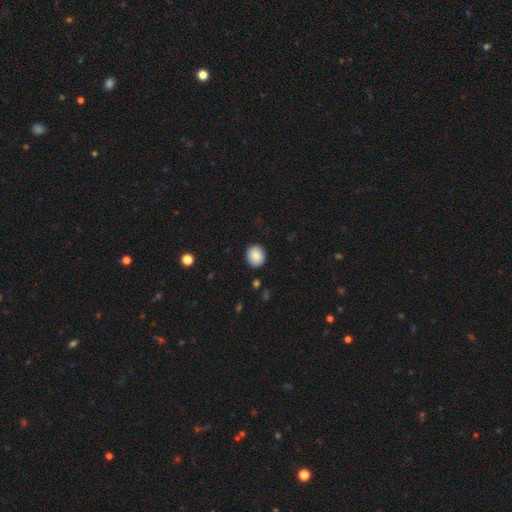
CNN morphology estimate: smooth_or_featured: smooth (p=0.87) [alt: star or artifact p=0.08]
how_rounded: round (p=0.72) [alt: in between p=0.27]
merging: none (p=0.90) [alt: minor disturbance p=0.07]